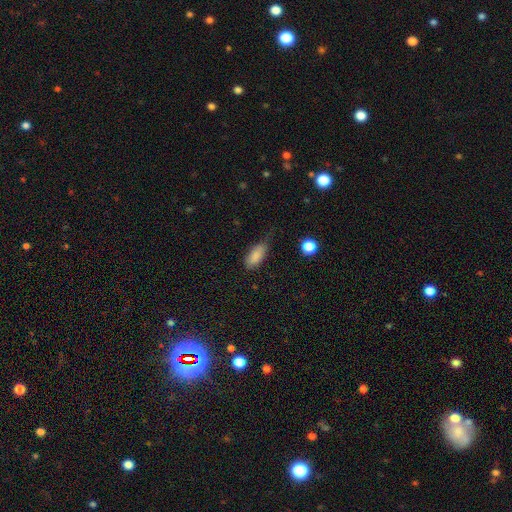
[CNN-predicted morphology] type=smooth (84%); roundness=in between (86%); merging=none (52%).